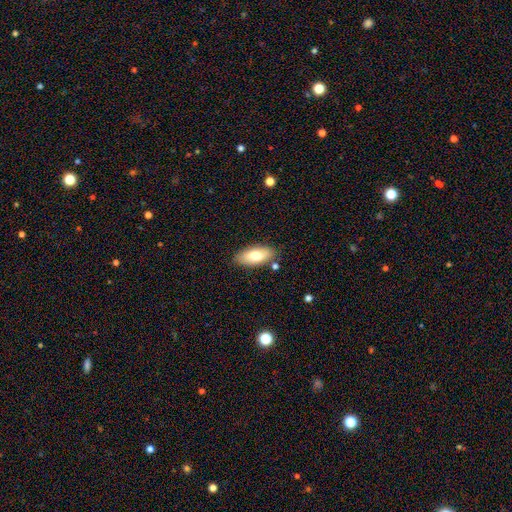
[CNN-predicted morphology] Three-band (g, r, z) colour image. It shows a smooth galaxy with no disk features (73%) that is in between round and cigar-shaped (87%). Merging: none (83%).